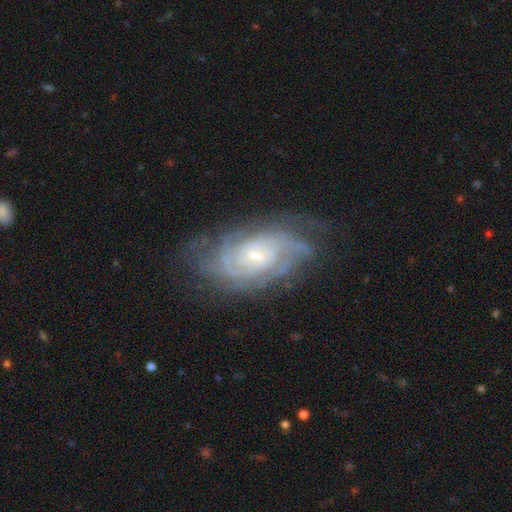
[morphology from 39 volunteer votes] featured or disk 90%, smooth 8%, star or artifact 3%. Down the decision tree: edge-on disk — no (97%); bar — weak (50%); spiral arms — yes (97%); spiral arm count — 3 (30%, tied with 4); spiral winding — tight (67%); bulge size — small (56%); merging — none (71%).